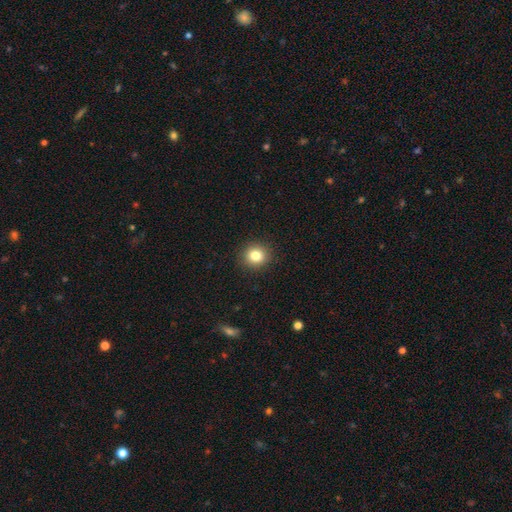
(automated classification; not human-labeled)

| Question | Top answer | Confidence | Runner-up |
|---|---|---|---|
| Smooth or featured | smooth | 82% | star or artifact (11%) |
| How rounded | round | 88% | in between (11%) |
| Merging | none | 92% | minor disturbance (5%) |